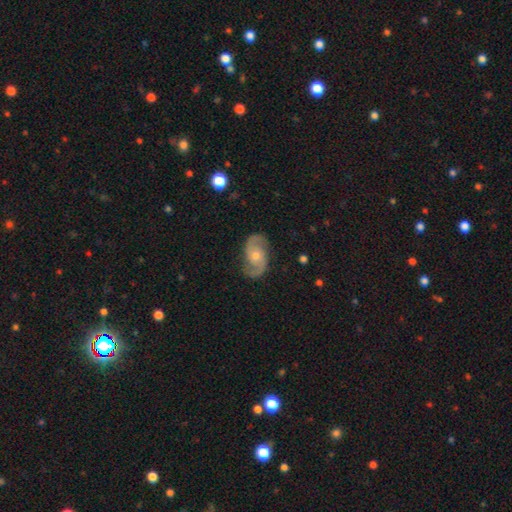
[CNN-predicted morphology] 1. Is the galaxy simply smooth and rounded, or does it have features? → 88% featured or disk, 7% smooth, 5% star or artifact.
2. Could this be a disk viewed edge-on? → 97% no, 3% yes.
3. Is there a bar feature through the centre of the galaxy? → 65% no, 29% weak, 6% strong.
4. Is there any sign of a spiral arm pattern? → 97% yes, 3% no.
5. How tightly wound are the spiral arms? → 55% medium, 23% tight, 22% loose.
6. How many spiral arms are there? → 93% 2, 2% can't tell, 1% 1, 1% 3, 1% 4, 1% more than 4.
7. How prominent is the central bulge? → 53% moderate, 41% small, 3% large, 2% none, 1% dominant.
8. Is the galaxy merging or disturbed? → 83% none, 12% minor disturbance, 3% major disturbance, 1% merger.